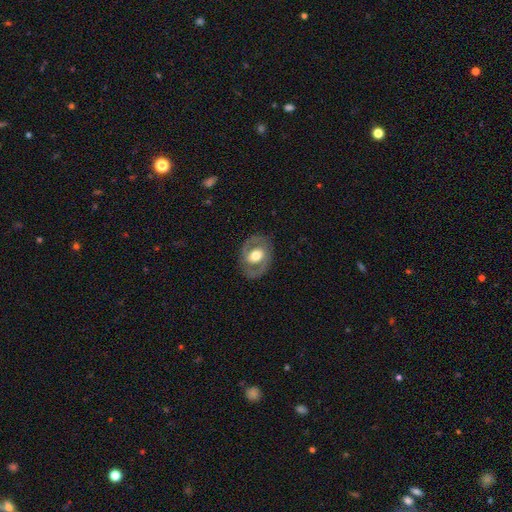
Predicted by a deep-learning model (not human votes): A featured or disk galaxy (67%) with no bar (51%), spiral arms (60%) and a moderate central bulge (59%).

Vote fractions:
- Smooth or featured? featured or disk: 67% / smooth: 28% / star or artifact: 6%
- Edge-on disk? no: 95% / yes: 5%
- Bar? no: 51% / weak: 33% / strong: 16%
- Spiral arms? yes: 60% / no: 40%
- Bulge size? moderate: 59% / large: 30% / small: 7% / dominant: 2% / none: 1%
- Merging? none: 81% / minor disturbance: 12% / major disturbance: 6% / merger: 1%